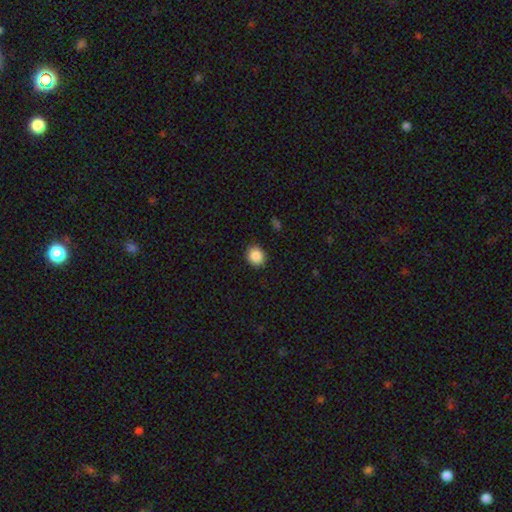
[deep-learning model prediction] This appears to be a smooth galaxy with no disk features (88%) that is round (74%). Merging: none (90%).